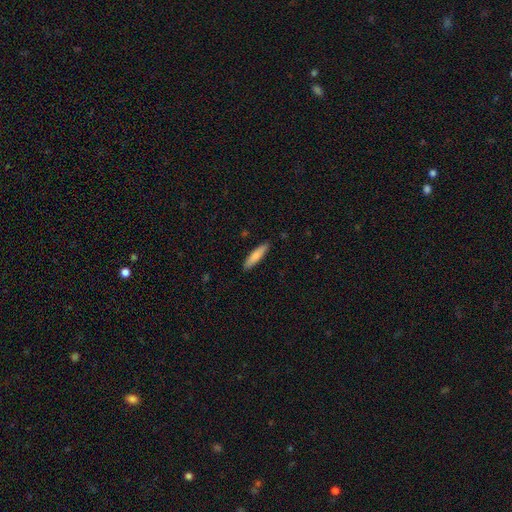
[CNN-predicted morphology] Overall: smooth (79%). How rounded: cigar-shaped (79%). Merging: none (90%).